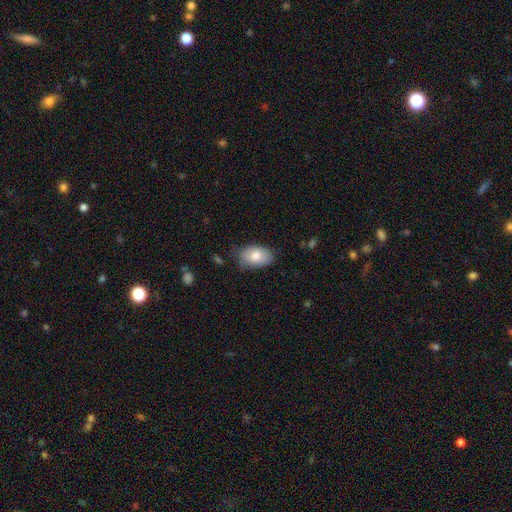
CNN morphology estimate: A smooth galaxy with no disk features (81%) that is in between round and cigar-shaped (92%). Merging: none (72%).